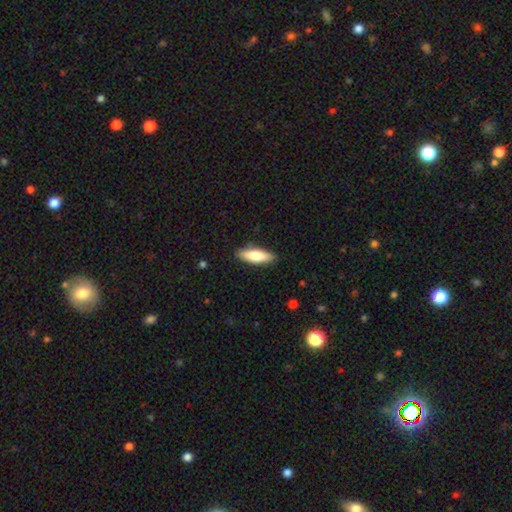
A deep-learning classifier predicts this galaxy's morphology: Smooth or featured: smooth — 75% (featured or disk — 20%)
How rounded: in between — 52% (cigar-shaped — 47%)
Merging: none — 88% (minor disturbance — 9%)